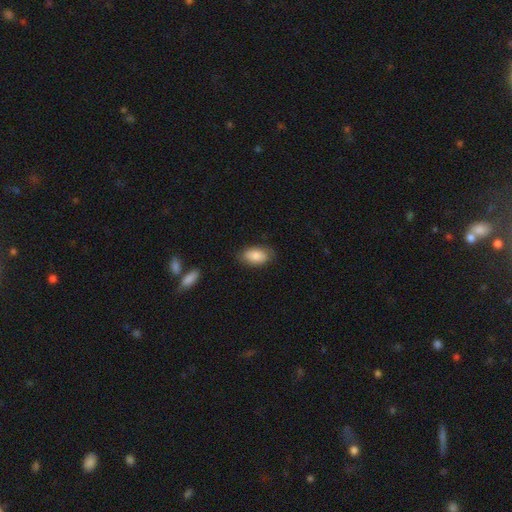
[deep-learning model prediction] A smooth galaxy with no disk features (84%) that is in between round and cigar-shaped (93%).

Vote fractions:
- Smooth or featured? smooth: 84% / featured or disk: 9% / star or artifact: 6%
- How rounded? in between: 93% / round: 5% / cigar-shaped: 2%
- Merging? none: 76% / minor disturbance: 19% / major disturbance: 4% / merger: 1%